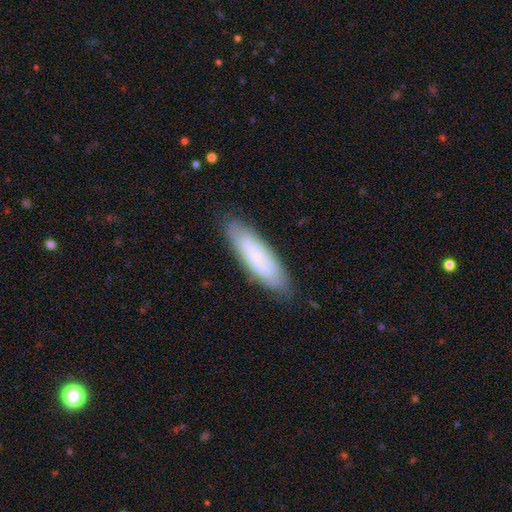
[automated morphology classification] Smooth or featured?
  - smooth: 65% *
  - featured or disk: 28%
  - star or artifact: 8%
How rounded?
  - cigar-shaped: 58% *
  - in between: 40%
  - round: 2%
Merging?
  - none: 81% *
  - minor disturbance: 14%
  - major disturbance: 3%
  - merger: 2%